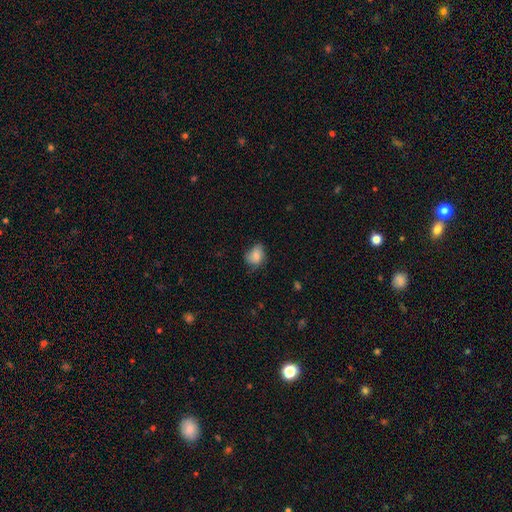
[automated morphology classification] This is likely a smooth galaxy (79%). How rounded: likely in between (67%). Merging: possibly none (54%).